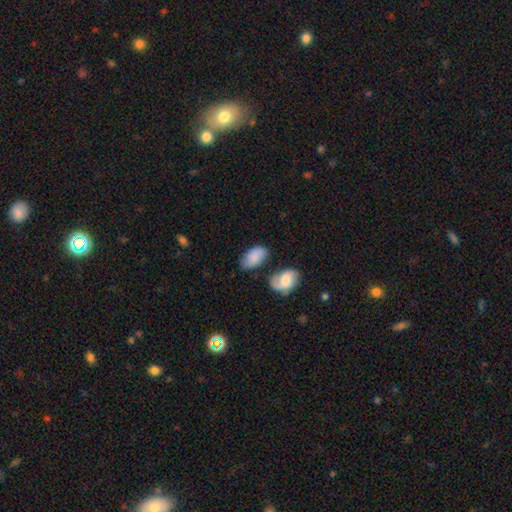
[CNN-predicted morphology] The model was most divided on "merging": none: 55%, minor disturbance: 24%, merger: 13%, major disturbance: 8%. More confident: how rounded — in between (92%); smooth or featured — smooth (79%).